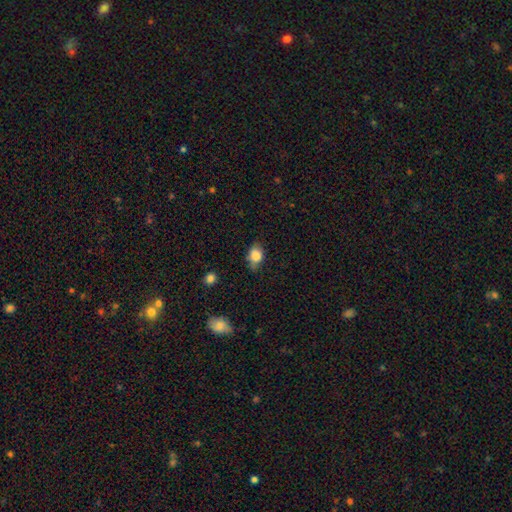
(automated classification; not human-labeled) Overall: smooth (82%). How rounded: in between (69%). Merging: none (61%; minor disturbance 30%).